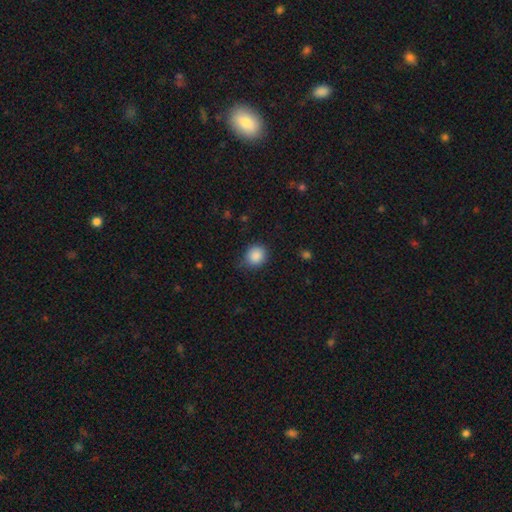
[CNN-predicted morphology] smooth-or-featured: smooth: 88% | star or artifact: 9% | featured or disk: 4%
  how-rounded: round: 79% | in between: 20% | cigar-shaped: 1%
  merging: none: 76% | minor disturbance: 18% | major disturbance: 4% | merger: 1%